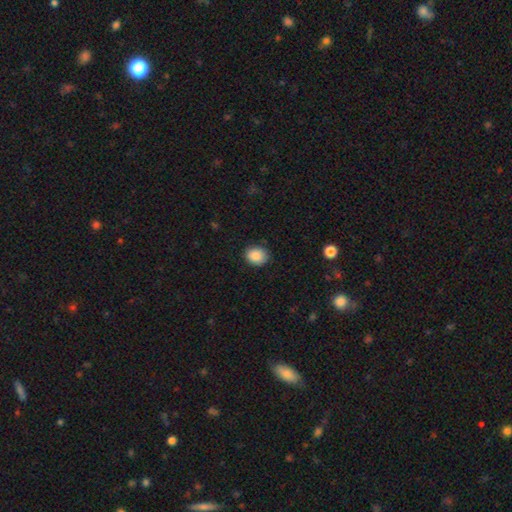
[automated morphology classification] This is clearly a smooth galaxy (88%). How rounded: possibly round (53%). Merging: clearly none (86%).